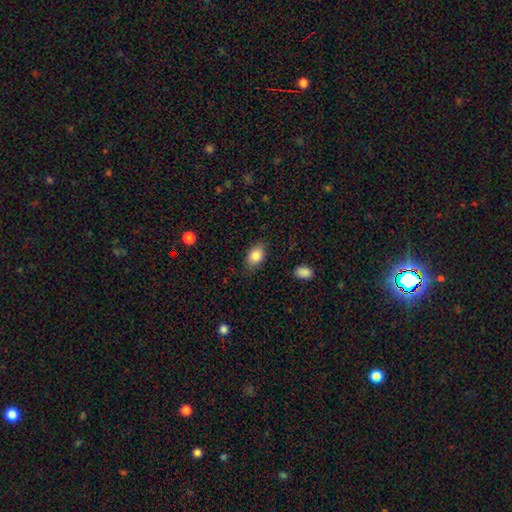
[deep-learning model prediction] smooth 85%, star or artifact 8%, featured or disk 7%. Down the decision tree: how rounded — in between (83%); merging — none (81%).